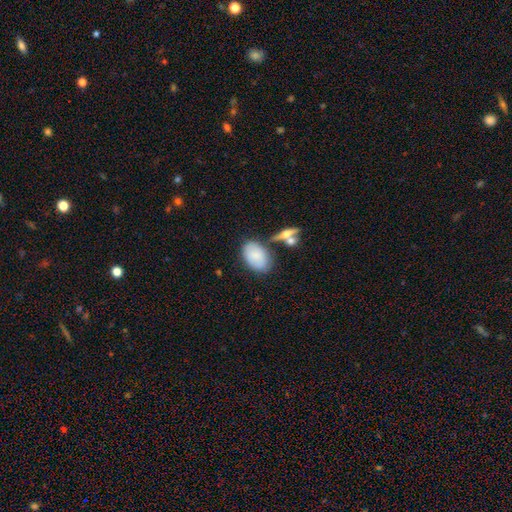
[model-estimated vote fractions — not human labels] The model was most divided on "merging": none: 66%, minor disturbance: 18%, merger: 11%, major disturbance: 5%. More confident: how rounded — in between (91%); smooth or featured — smooth (79%).